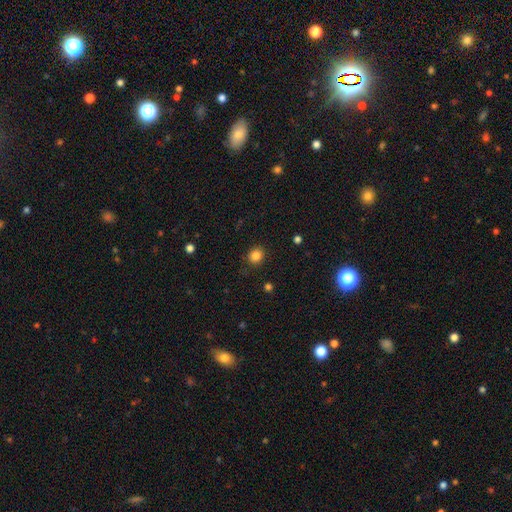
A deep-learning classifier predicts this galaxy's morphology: smooth 85%, star or artifact 11%, featured or disk 4%. Down the decision tree: how rounded — round (74%); merging — none (86%).